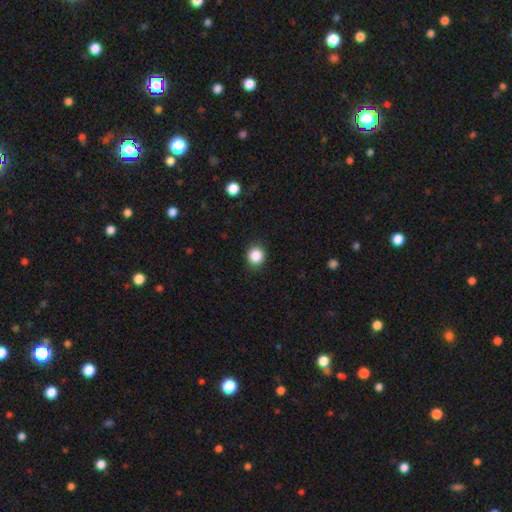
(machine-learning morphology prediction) The model was most divided on "how rounded": round: 86%, in between: 14%, cigar-shaped: 1%. More confident: merging — none (89%); smooth or featured — smooth (86%).